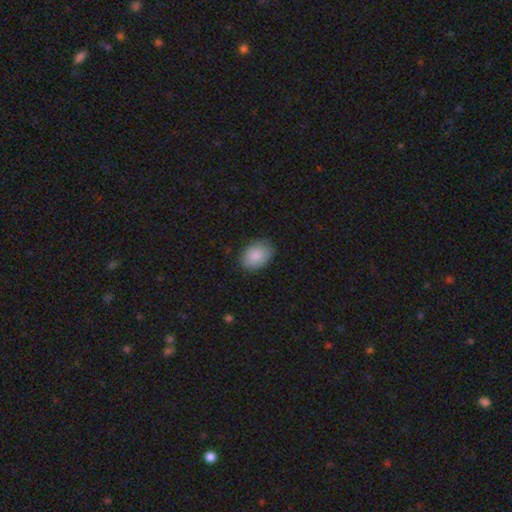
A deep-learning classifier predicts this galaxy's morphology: type=smooth (88%); roundness=in between (76%); merging=none (84%).